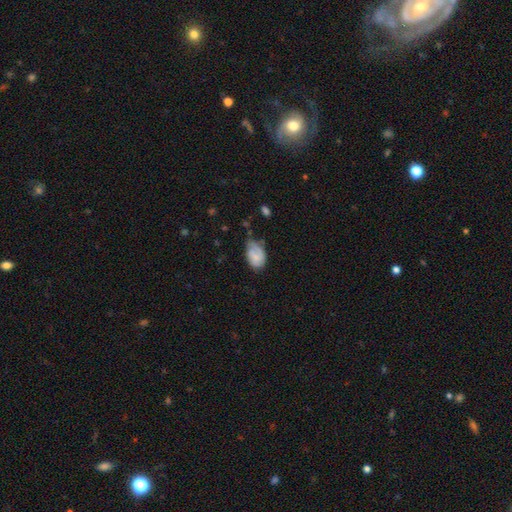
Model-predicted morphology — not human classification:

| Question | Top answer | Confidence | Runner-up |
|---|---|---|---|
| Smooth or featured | smooth | 67% | featured or disk (25%) |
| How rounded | in between | 87% | round (11%) |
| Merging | minor disturbance | 42% | none (38%) |